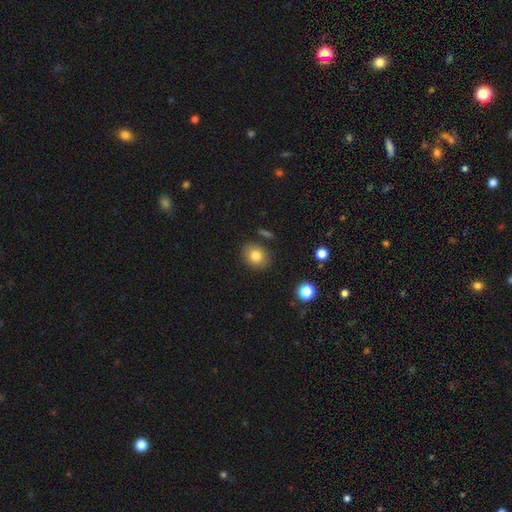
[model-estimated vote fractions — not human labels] smooth-or-featured: smooth: 80% | star or artifact: 10% | featured or disk: 9%
  how-rounded: round: 58% | in between: 41% | cigar-shaped: 1%
  merging: none: 84% | minor disturbance: 10% | merger: 3% | major disturbance: 3%